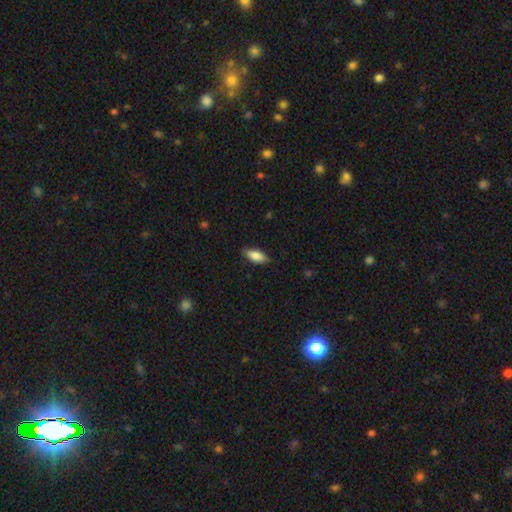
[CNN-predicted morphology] type=smooth (86%); roundness=in between (84%); merging=none (84%).